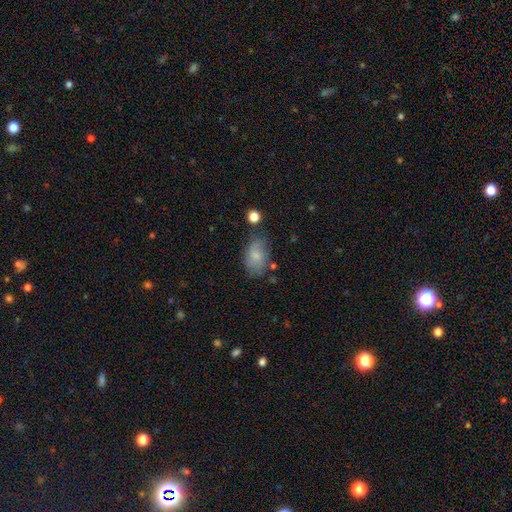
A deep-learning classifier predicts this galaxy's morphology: A smooth galaxy with no disk features (73%) that is in between round and cigar-shaped (85%). Merging: none (57%).